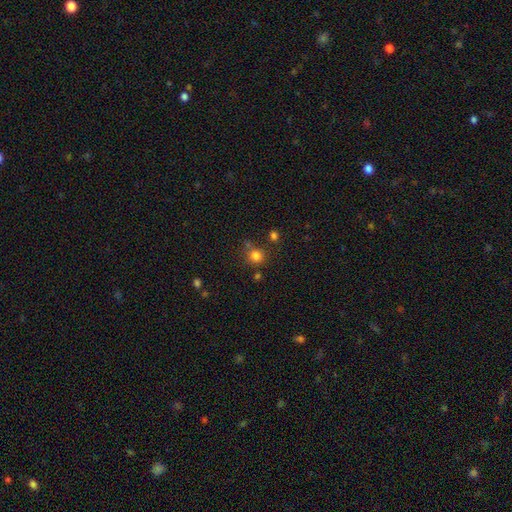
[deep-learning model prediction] Smooth or featured? Predicted: smooth (p=0.79). How rounded? Predicted: round (p=0.88). Merging? Predicted: none (p=0.74).